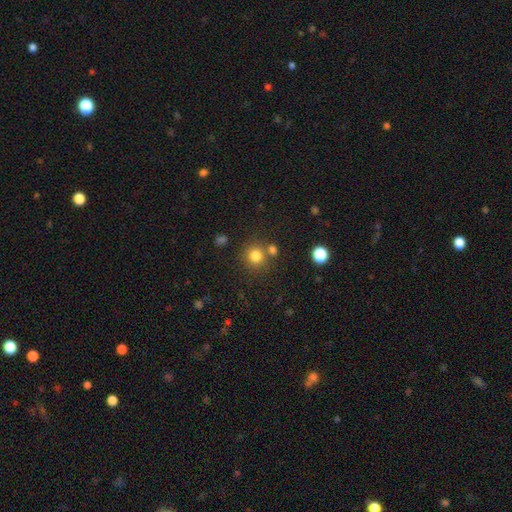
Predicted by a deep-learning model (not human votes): Morphology: type=smooth (80%); roundness=round (90%); merging=none (72%).